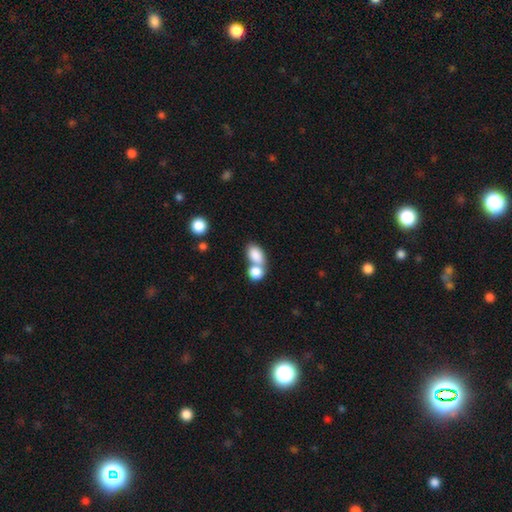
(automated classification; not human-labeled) Q: Smooth or featured?
A: smooth (83%); runner-up: featured or disk (9%)
Q: How rounded?
A: in between (84%); runner-up: round (14%)
Q: Merging?
A: merger (56%); runner-up: none (32%)